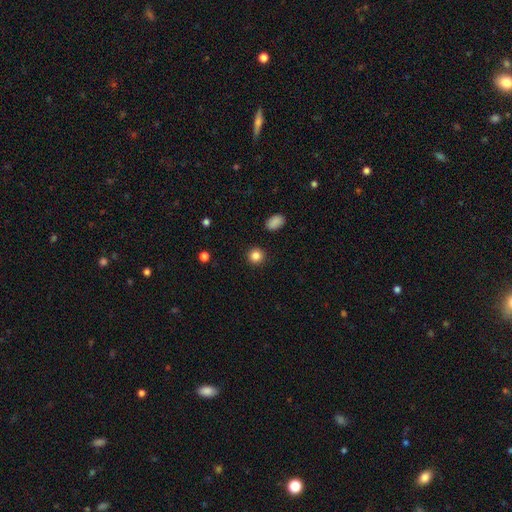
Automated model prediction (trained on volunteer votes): Smooth or featured? Predicted: smooth (p=0.85). How rounded? Predicted: round (p=0.92). Merging? Predicted: none (p=0.92).